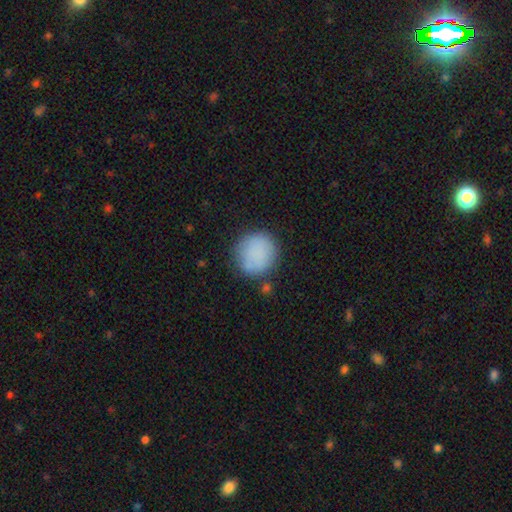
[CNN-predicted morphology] Overall: smooth (84%). How rounded: round (90%). Merging: none (73%).